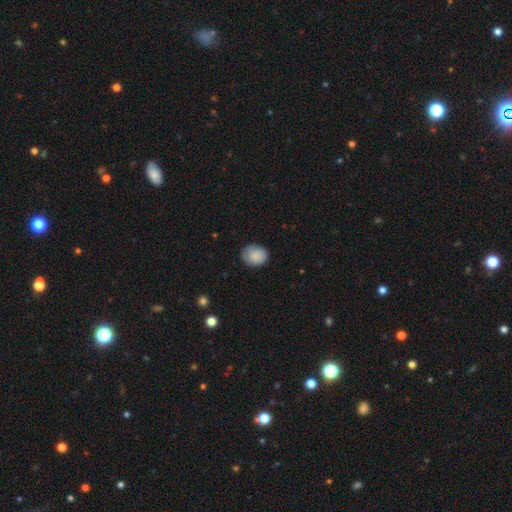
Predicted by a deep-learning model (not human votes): A smooth galaxy with no disk features (86%) that is round (64%).

Vote fractions:
- Smooth or featured? smooth: 86% / featured or disk: 7% / star or artifact: 7%
- How rounded? round: 64% / in between: 36% / cigar-shaped: 1%
- Merging? none: 77% / minor disturbance: 18% / major disturbance: 3% / merger: 1%